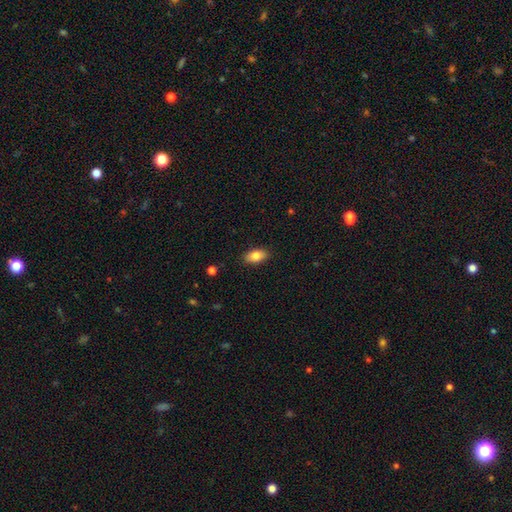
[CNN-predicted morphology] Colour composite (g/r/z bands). It shows a smooth galaxy with no disk features (82%) that is in between round and cigar-shaped (91%). Merging: none (88%).